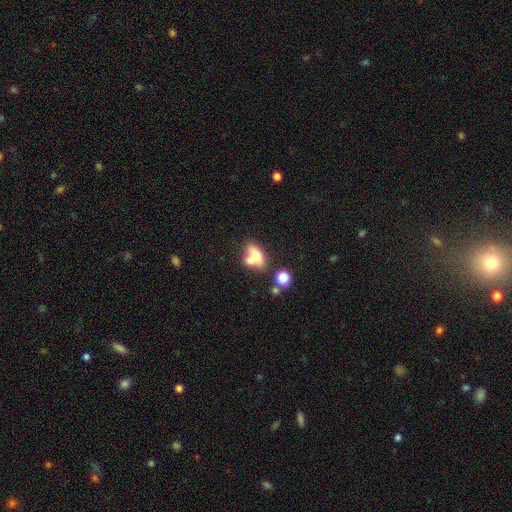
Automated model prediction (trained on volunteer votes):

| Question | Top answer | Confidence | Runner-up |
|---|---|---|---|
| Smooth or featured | smooth | 64% | featured or disk (26%) |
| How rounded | in between | 75% | round (13%) |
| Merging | merger | 45% | none (37%) |